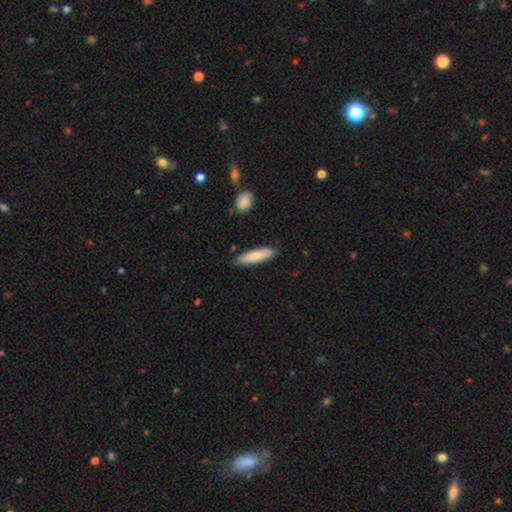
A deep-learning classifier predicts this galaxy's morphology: Overall: smooth (76%). How rounded: cigar-shaped (68%; in between 30%). Merging: none (84%).